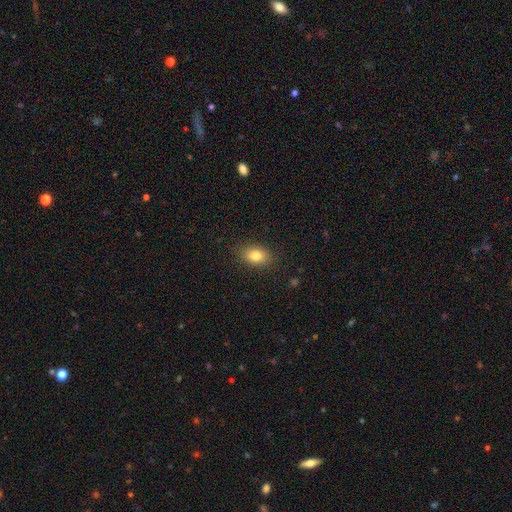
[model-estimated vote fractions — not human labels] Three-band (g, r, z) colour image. It shows a smooth galaxy with no disk features (81%) that is in between round and cigar-shaped (80%). Merging: none (87%).